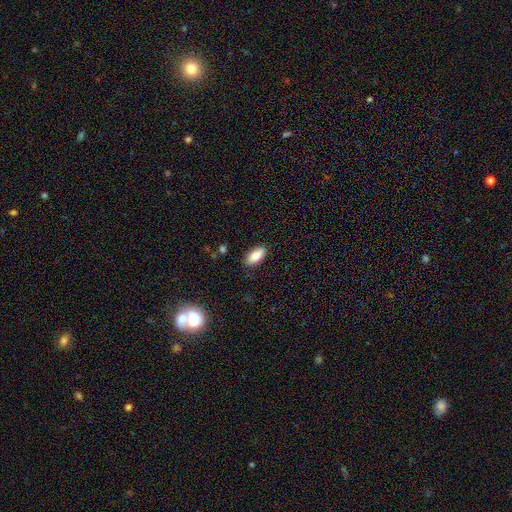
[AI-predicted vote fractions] A smooth galaxy with no disk features (83%) that is in between round and cigar-shaped (90%). Merging: none (87%).